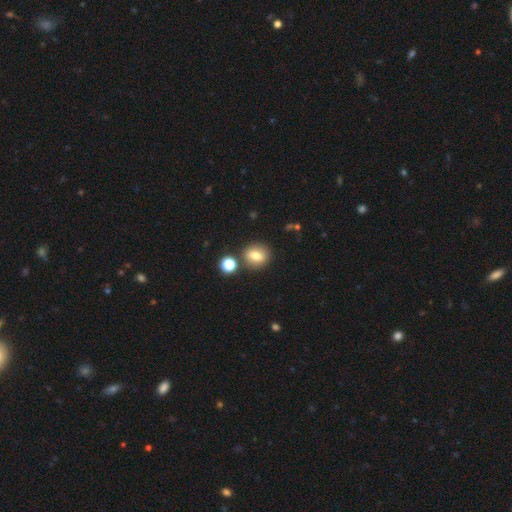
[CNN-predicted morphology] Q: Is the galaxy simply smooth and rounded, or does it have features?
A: smooth — 75%.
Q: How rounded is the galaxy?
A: round — 74%.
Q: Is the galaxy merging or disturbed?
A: none — 80%.